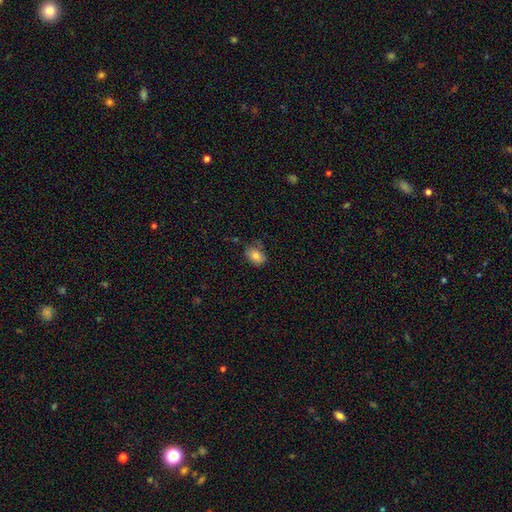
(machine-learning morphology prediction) smooth 82%, featured or disk 9%, star or artifact 9%. Down the decision tree: how rounded — in between (75%); merging — none (67%).